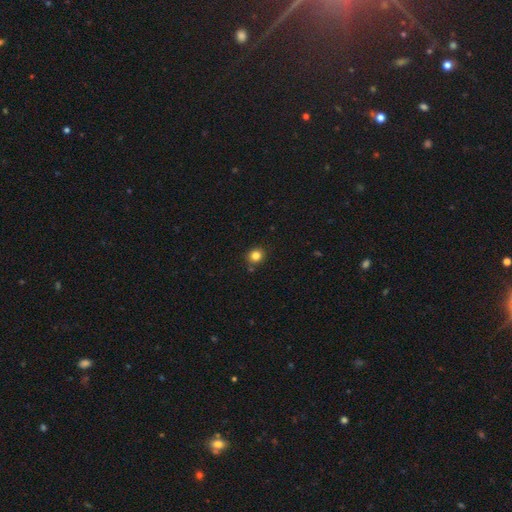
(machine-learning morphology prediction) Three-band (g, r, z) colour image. It shows a smooth galaxy with no disk features (83%) that is round (85%). Merging: none (85%).